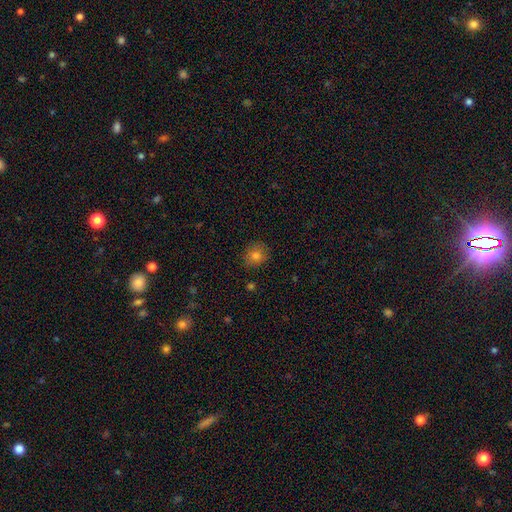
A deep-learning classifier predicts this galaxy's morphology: smooth_or_featured: smooth (p=0.81) [alt: star or artifact p=0.11]
how_rounded: round (p=0.77) [alt: in between p=0.22]
merging: none (p=0.84) [alt: minor disturbance p=0.12]